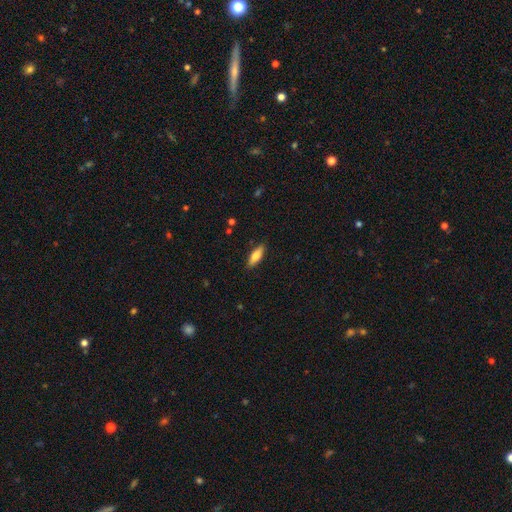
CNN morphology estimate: A smooth galaxy with no disk features (76%) that is in between round and cigar-shaped (56%). Merging: none (87%).